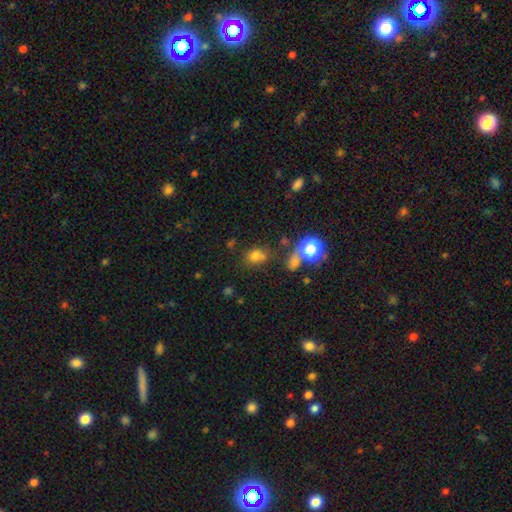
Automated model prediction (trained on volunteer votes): Smooth or featured?
  - smooth: 70% *
  - star or artifact: 21%
  - featured or disk: 9%
How rounded?
  - in between: 50% *
  - round: 49%
  - cigar-shaped: 1%
Merging?
  - none: 60% *
  - minor disturbance: 18%
  - merger: 14%
  - major disturbance: 9%